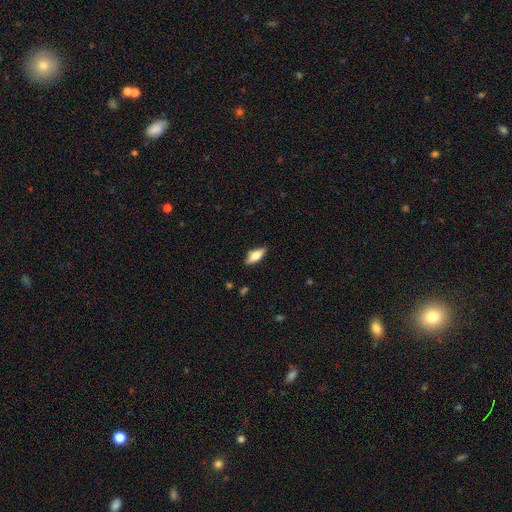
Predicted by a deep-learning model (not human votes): smooth-or-featured: smooth: 63% | featured or disk: 30% | star or artifact: 7%
  how-rounded: in between: 72% | cigar-shaped: 26% | round: 3%
  merging: none: 85% | minor disturbance: 11% | major disturbance: 2% | merger: 1%